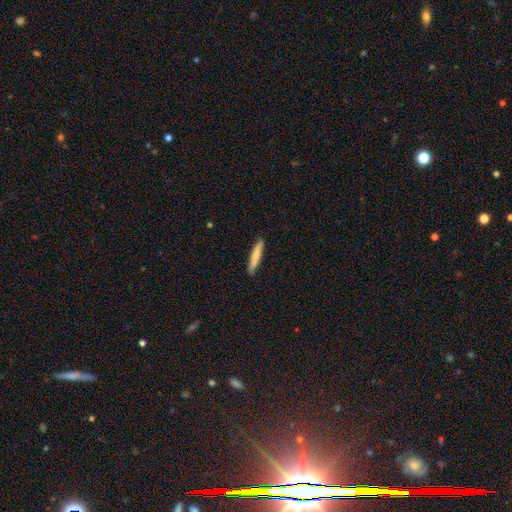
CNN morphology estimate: This is likely a smooth galaxy (75%). How rounded: clearly cigar-shaped (93%). Merging: clearly none (90%).